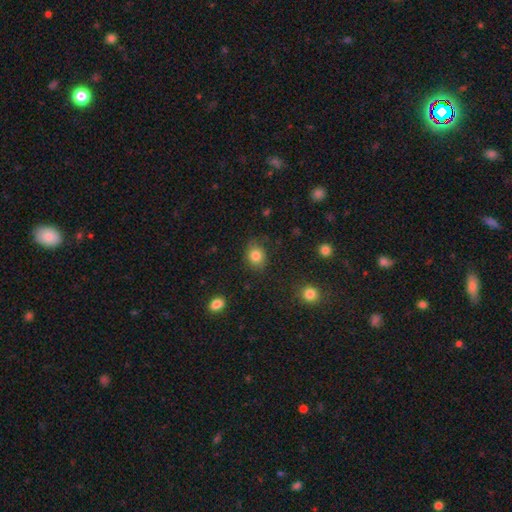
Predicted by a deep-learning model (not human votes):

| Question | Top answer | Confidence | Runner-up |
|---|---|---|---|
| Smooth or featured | smooth | 83% | star or artifact (11%) |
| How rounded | round | 60% | in between (39%) |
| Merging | none | 79% | minor disturbance (16%) |